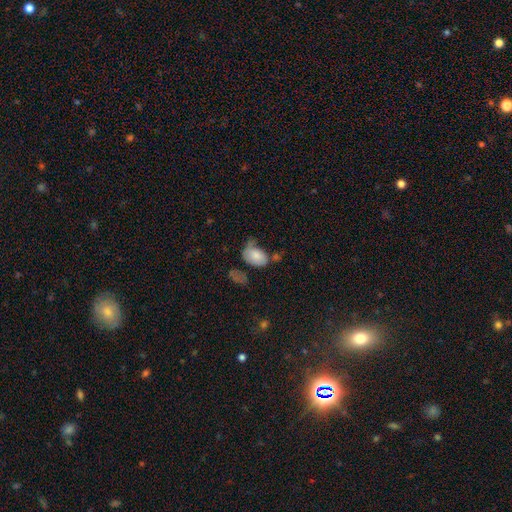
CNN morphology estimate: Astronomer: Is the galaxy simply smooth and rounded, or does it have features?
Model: smooth — 77%.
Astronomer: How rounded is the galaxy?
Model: in between — 86%.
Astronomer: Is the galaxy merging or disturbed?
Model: minor disturbance — 31% (runner-up: none, 28%).